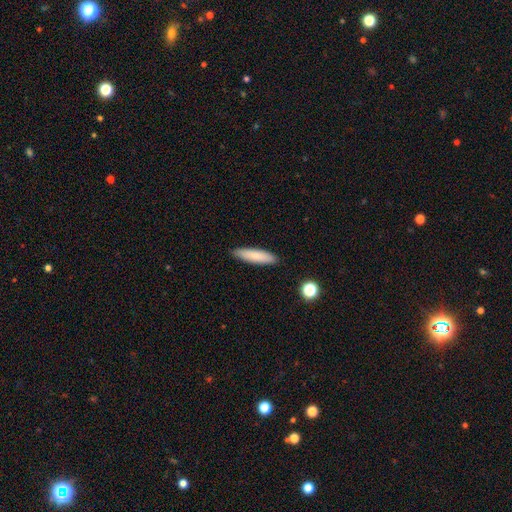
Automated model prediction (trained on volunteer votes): A smooth galaxy with no disk features (81%) that is cigar-shaped (76%).

Vote fractions:
- Smooth or featured? smooth: 81% / featured or disk: 12% / star or artifact: 6%
- How rounded? cigar-shaped: 76% / in between: 23% / round: 1%
- Merging? none: 89% / minor disturbance: 8% / major disturbance: 2% / merger: 1%